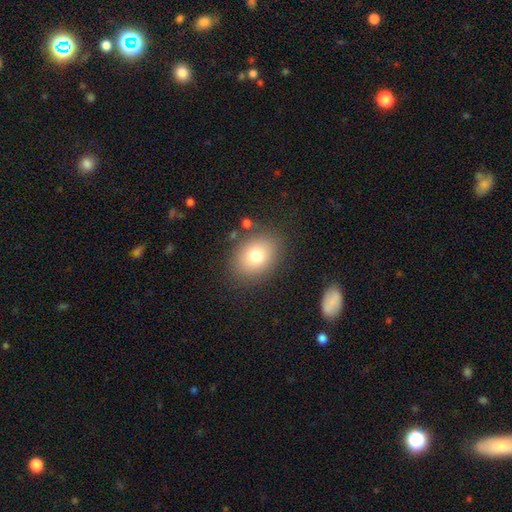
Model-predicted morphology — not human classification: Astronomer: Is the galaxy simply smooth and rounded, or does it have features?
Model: smooth — 77%.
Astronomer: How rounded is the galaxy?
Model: in between — 57% (runner-up: round, 42%).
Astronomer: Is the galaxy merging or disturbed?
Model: none — 82%.